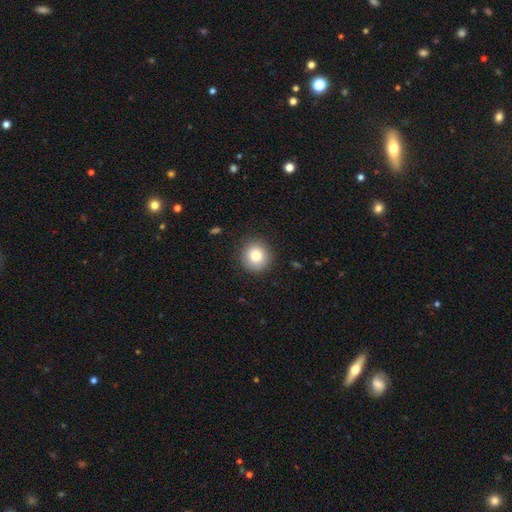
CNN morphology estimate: smooth 82%, star or artifact 10%, featured or disk 8%. Down the decision tree: how rounded — round (93%); merging — none (89%).